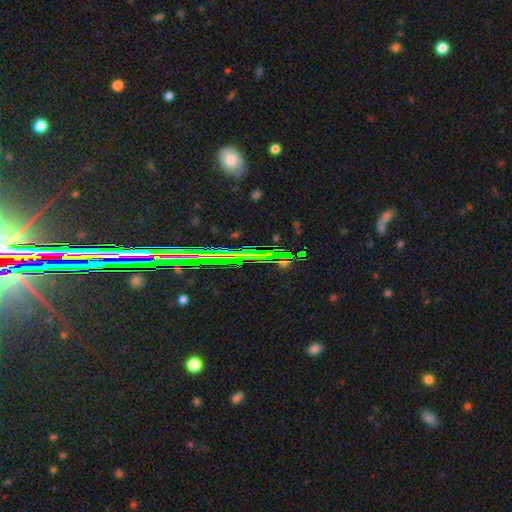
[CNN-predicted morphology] This appears to be a star or artifact, not a galaxy (66%).